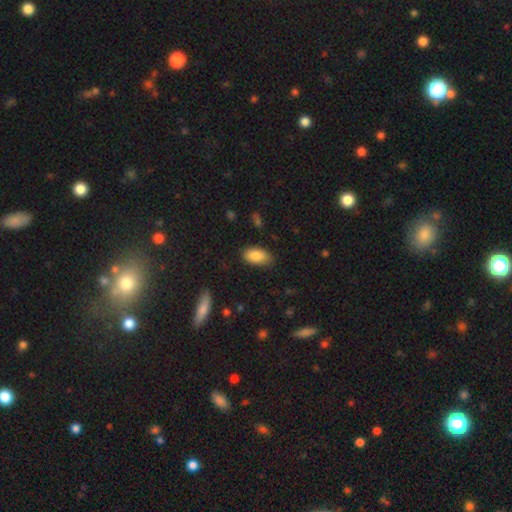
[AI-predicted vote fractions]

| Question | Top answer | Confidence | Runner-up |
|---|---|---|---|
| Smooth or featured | smooth | 87% | star or artifact (7%) |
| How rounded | in between | 93% | cigar-shaped (4%) |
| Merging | none | 80% | minor disturbance (16%) |